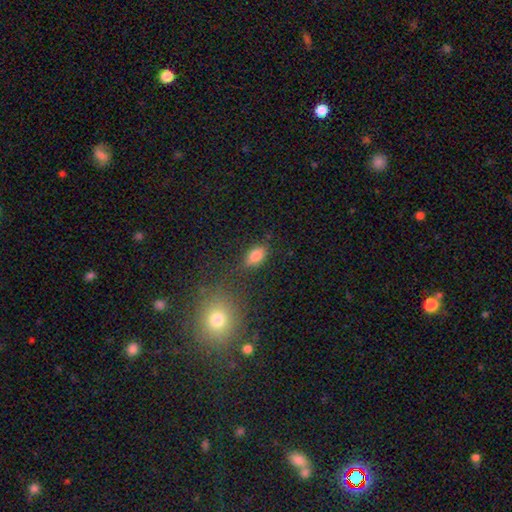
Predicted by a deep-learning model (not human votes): Smooth or featured? smooth (83%)
How rounded? in between (88%)
Merging? none (77%)